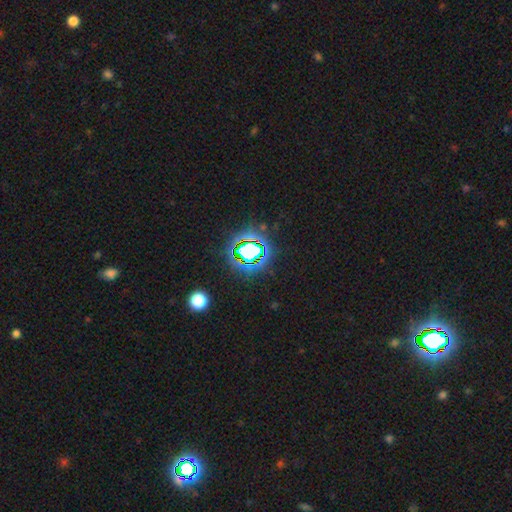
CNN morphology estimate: Smooth or featured?
  - star or artifact: 77% *
  - smooth: 14%
  - featured or disk: 9%